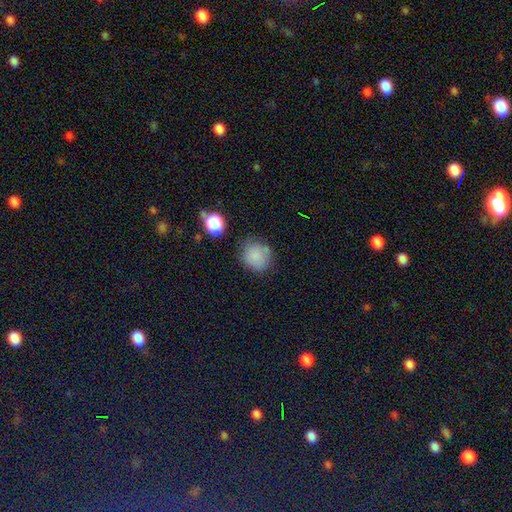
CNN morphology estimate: type=smooth (82%); roundness=round (83%); merging=none (68%).